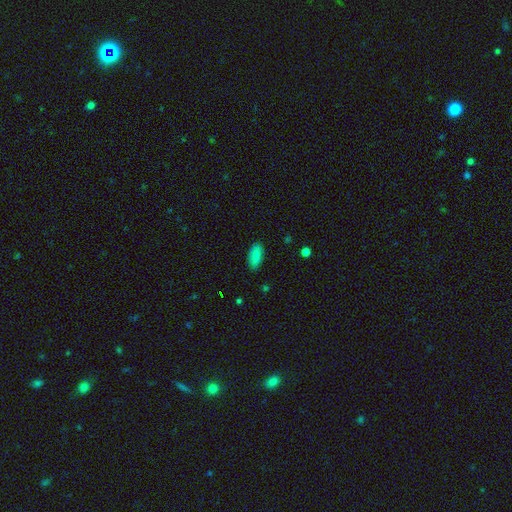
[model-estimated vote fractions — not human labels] Smooth or featured: smooth — 86% (star or artifact — 7%)
How rounded: in between — 87% (cigar-shaped — 11%)
Merging: none — 86% (minor disturbance — 10%)